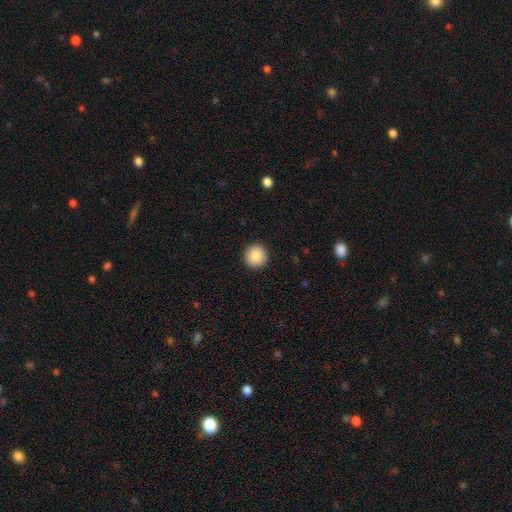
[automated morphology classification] This appears to be a smooth galaxy with no disk features (87%) that is round (94%). Merging: none (93%).